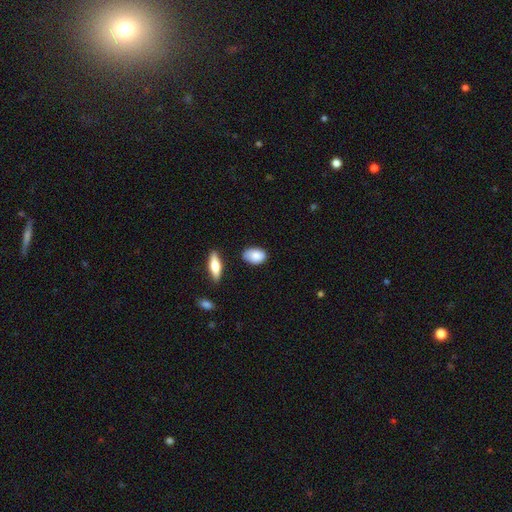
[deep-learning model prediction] Smooth or featured?
  - smooth: 86% *
  - featured or disk: 7%
  - star or artifact: 7%
How rounded?
  - in between: 89% *
  - round: 9%
  - cigar-shaped: 2%
Merging?
  - none: 73% *
  - minor disturbance: 20%
  - major disturbance: 3%
  - merger: 3%